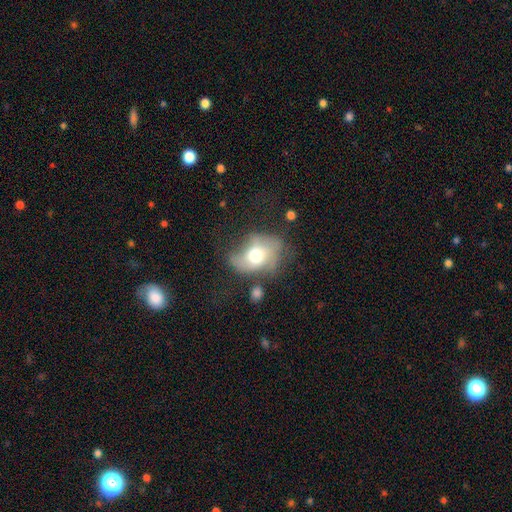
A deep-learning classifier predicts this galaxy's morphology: This appears to be a smooth galaxy with no disk features (48%). Merging: none (36%).